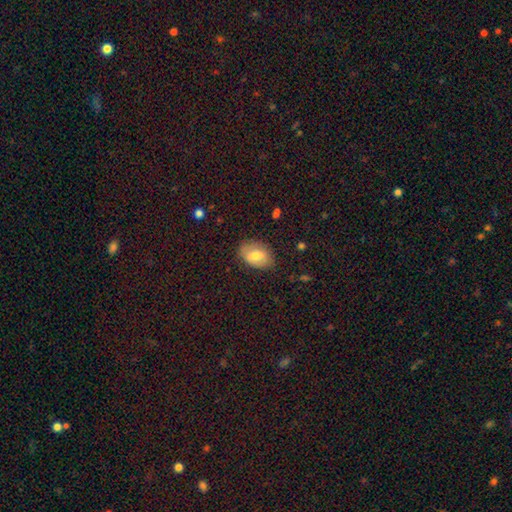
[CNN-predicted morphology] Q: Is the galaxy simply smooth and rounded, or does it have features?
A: smooth — 70%.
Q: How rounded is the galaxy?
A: in between — 84%.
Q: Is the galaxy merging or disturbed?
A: none — 79%.